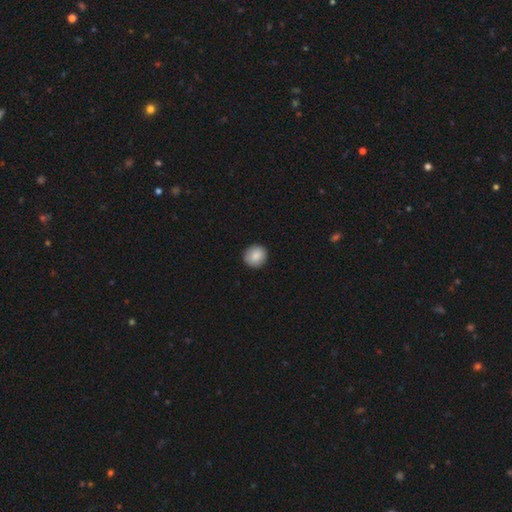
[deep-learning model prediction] Smooth or featured? smooth (88%)
How rounded? round (87%)
Merging? none (90%)